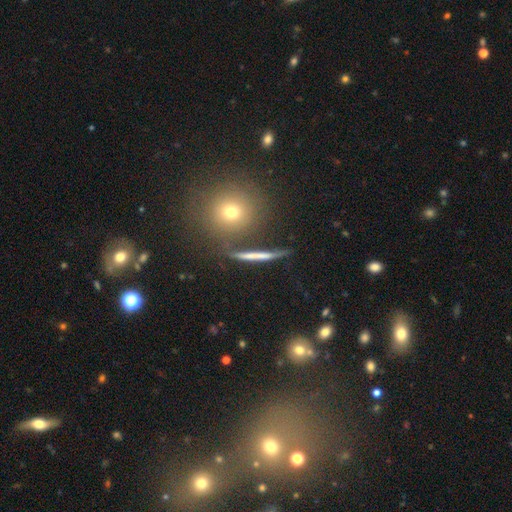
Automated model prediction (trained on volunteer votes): smooth_or_featured: smooth (p=0.45) [alt: featured or disk p=0.42]
merging: none (p=0.78) [alt: minor disturbance p=0.11]